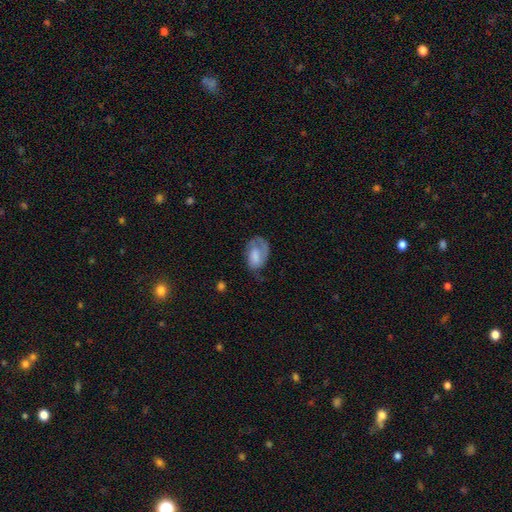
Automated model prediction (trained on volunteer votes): Smooth or featured? Predicted: smooth (p=0.54). How rounded? Predicted: in between (p=0.88). Merging? Predicted: none (p=0.42).